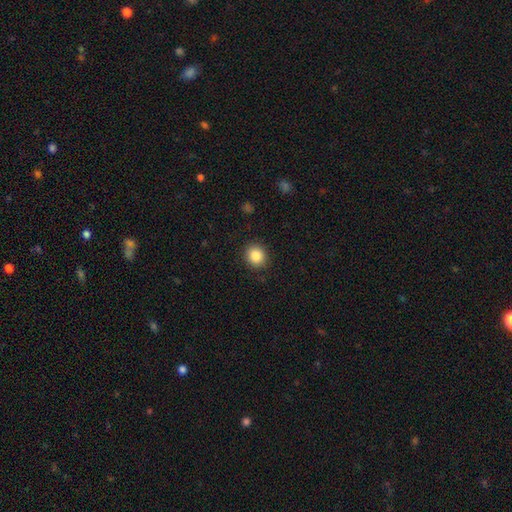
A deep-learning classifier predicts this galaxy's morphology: This appears to be a smooth galaxy with no disk features (86%) that is round (82%). Merging: none (90%).